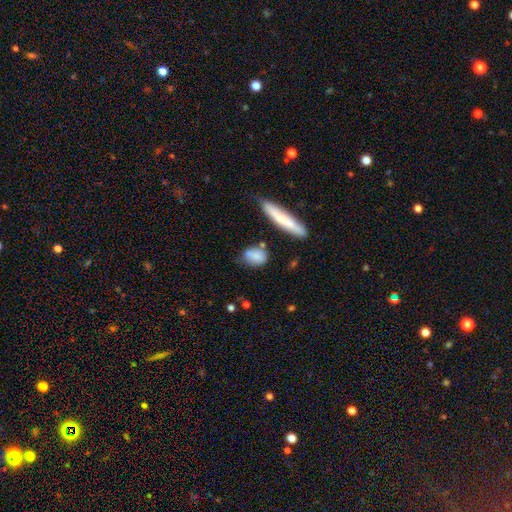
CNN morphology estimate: smooth 80%, featured or disk 12%, star or artifact 7%. Down the decision tree: how rounded — in between (64%); merging — none (59%).